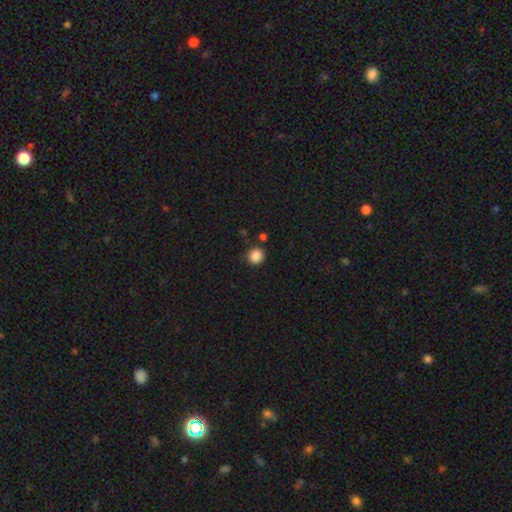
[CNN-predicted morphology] type=smooth (86%); roundness=round (87%); merging=none (84%).